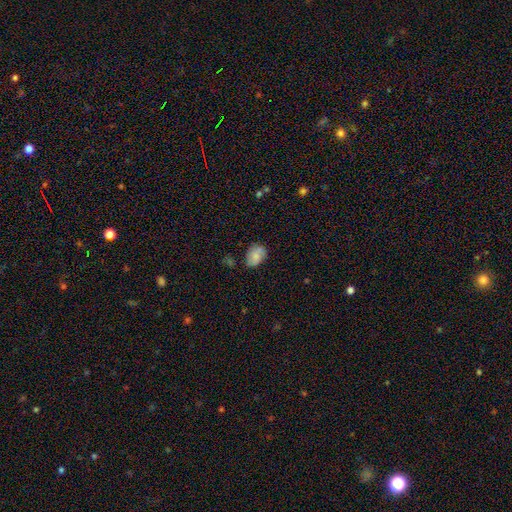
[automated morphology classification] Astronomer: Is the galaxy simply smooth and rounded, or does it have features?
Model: smooth — 72%.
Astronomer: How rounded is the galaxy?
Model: in between — 79%.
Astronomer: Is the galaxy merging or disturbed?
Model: none — 64%.